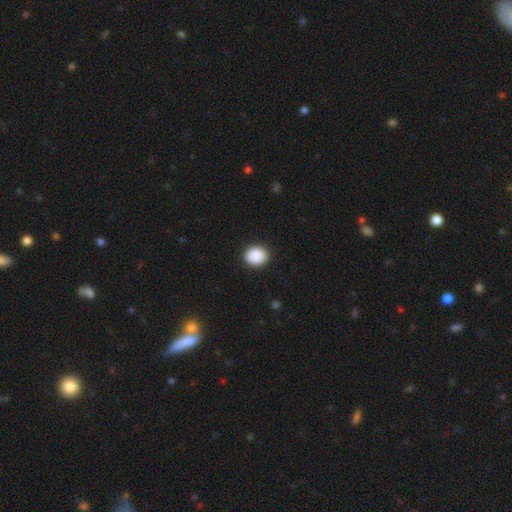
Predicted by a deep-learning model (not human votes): The model was most divided on "how rounded": round: 72%, in between: 27%, cigar-shaped: 1%. More confident: merging — none (91%); smooth or featured — smooth (90%).